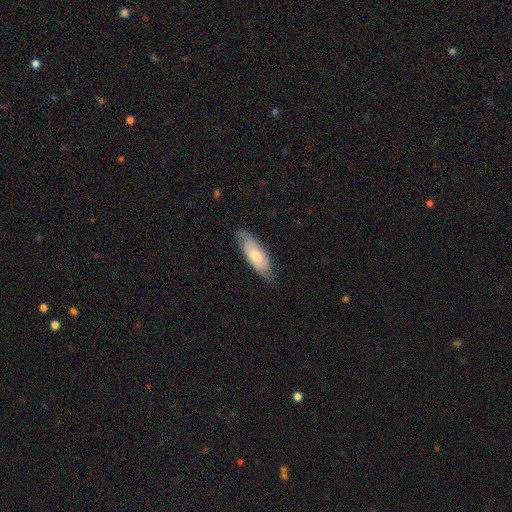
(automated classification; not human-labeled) Morphology: type=smooth (60%); roundness=in between (69%); merging=none (73%).